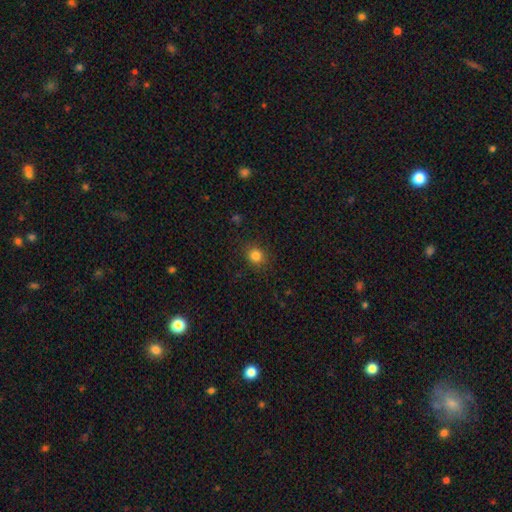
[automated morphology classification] A smooth galaxy with no disk features (83%) that is round (82%). Merging: none (88%).